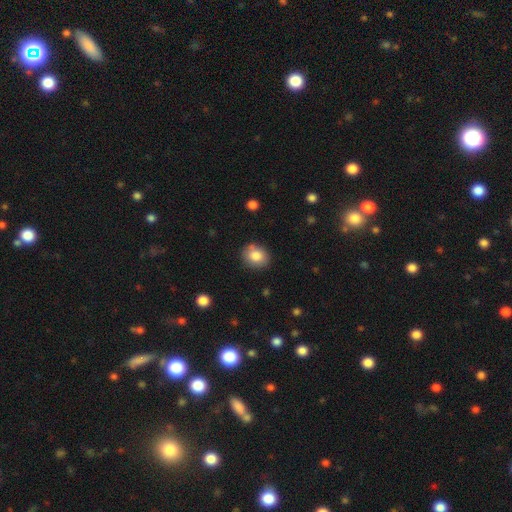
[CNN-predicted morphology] This appears to be a smooth galaxy with no disk features (82%) that is round (63%). Merging: none (80%).